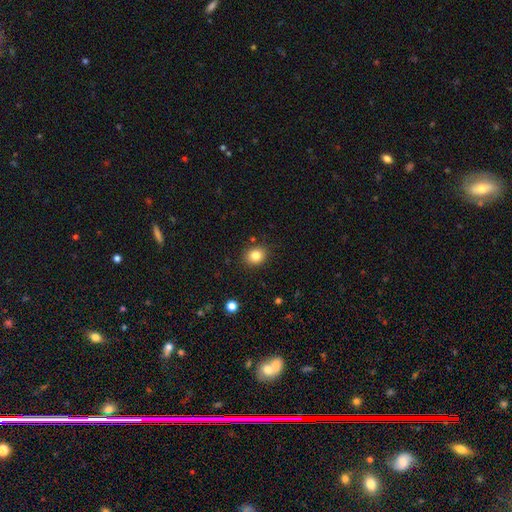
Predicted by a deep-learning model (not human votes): This appears to be a smooth galaxy with no disk features (83%) that is round (74%). Merging: none (88%).